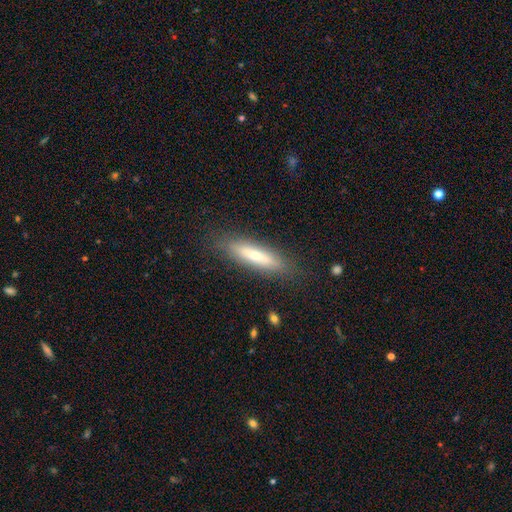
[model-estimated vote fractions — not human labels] A smooth galaxy with no disk features (63%) that is cigar-shaped (75%). Merging: none (84%).